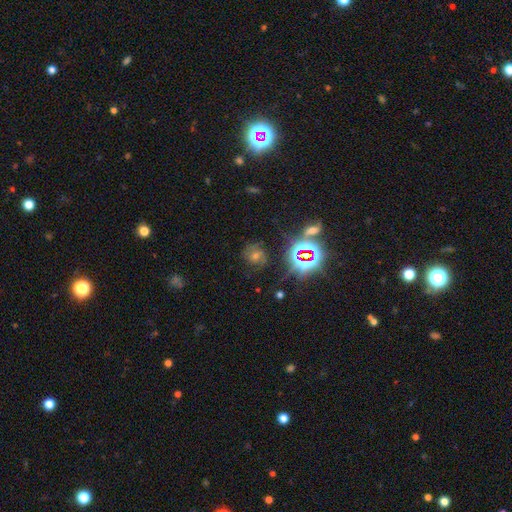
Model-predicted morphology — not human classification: Smooth or featured? star or artifact (47%)